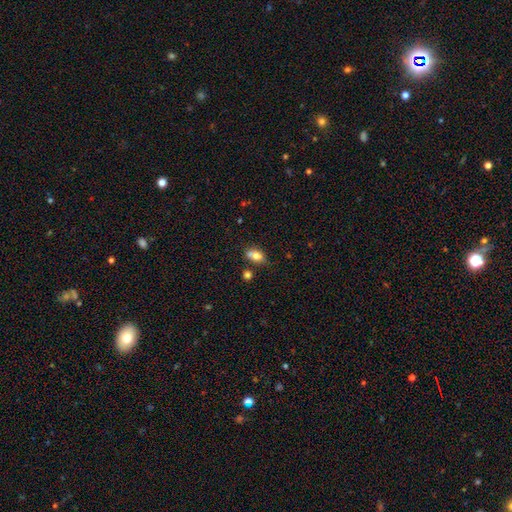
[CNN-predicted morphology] smooth 74%, featured or disk 16%, star or artifact 11%. Down the decision tree: how rounded — in between (73%); merging — none (44%).